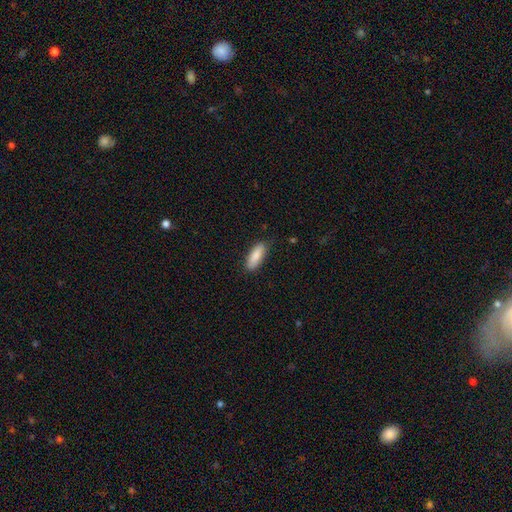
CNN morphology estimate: smooth-or-featured: smooth: 86% | featured or disk: 8% | star or artifact: 6%
  how-rounded: in between: 66% | cigar-shaped: 33% | round: 2%
  merging: none: 82% | minor disturbance: 15% | major disturbance: 3% | merger: 1%